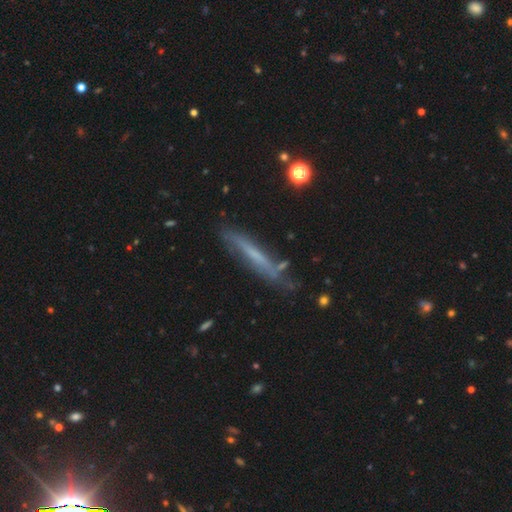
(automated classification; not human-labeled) smooth_or_featured: featured or disk (p=0.53) [alt: smooth p=0.39]
disk_edge_on: yes (p=0.79) [alt: no p=0.21]
merging: none (p=0.70) [alt: minor disturbance p=0.21]